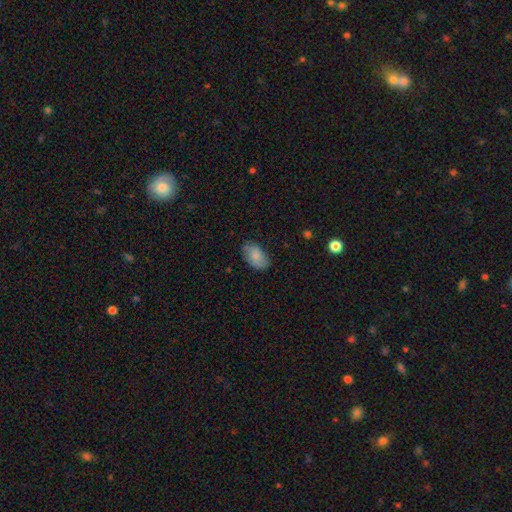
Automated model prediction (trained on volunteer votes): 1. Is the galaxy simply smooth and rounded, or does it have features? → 78% smooth, 15% featured or disk, 7% star or artifact.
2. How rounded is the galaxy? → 92% in between, 6% round, 2% cigar-shaped.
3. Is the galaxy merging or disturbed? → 74% none, 20% minor disturbance, 5% major disturbance, 1% merger.